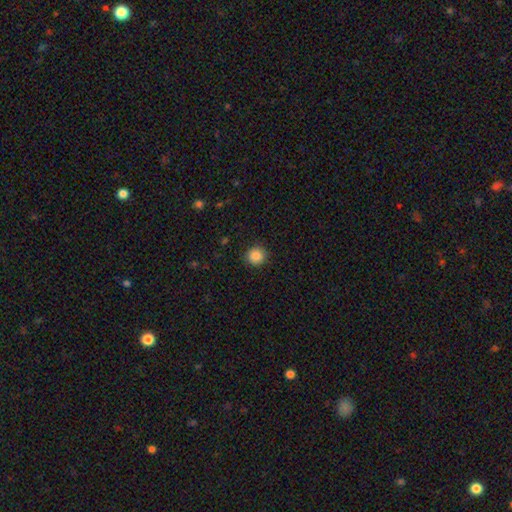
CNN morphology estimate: Smooth or featured?
  - smooth: 87% *
  - star or artifact: 10%
  - featured or disk: 3%
How rounded?
  - round: 92% *
  - in between: 7%
  - cigar-shaped: 1%
Merging?
  - none: 91% *
  - minor disturbance: 6%
  - major disturbance: 2%
  - merger: 1%